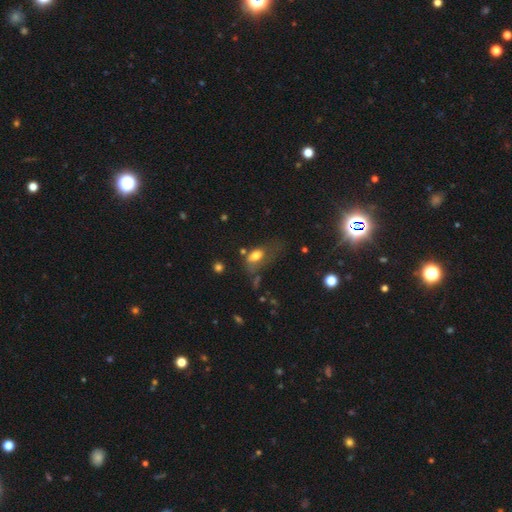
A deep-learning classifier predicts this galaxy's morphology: smooth_or_featured: smooth (p=0.71) [alt: featured or disk p=0.19]
how_rounded: in between (p=0.85) [alt: round p=0.11]
merging: major disturbance (p=0.37) [alt: none p=0.28]